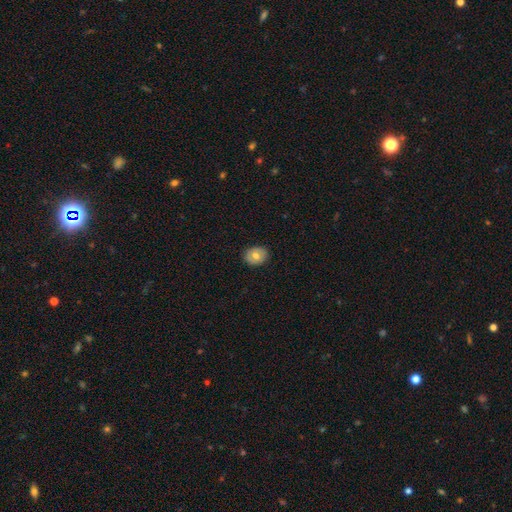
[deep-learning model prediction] smooth_or_featured: smooth (p=0.66) [alt: featured or disk p=0.27]
how_rounded: round (p=0.50) [alt: in between p=0.49]
merging: none (p=0.88) [alt: minor disturbance p=0.09]